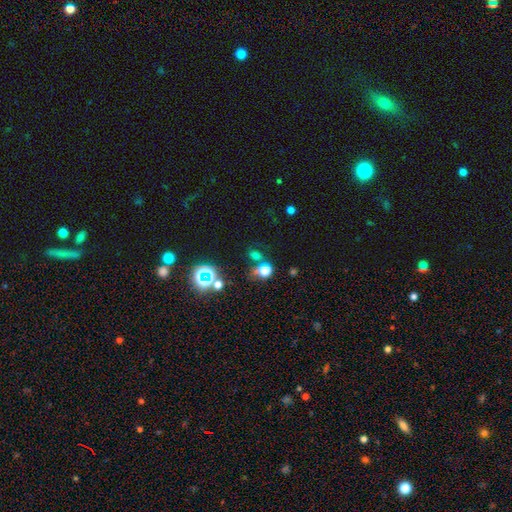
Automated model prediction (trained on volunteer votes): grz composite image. It shows a smooth galaxy with no disk features (48%). Merging: none (64%).